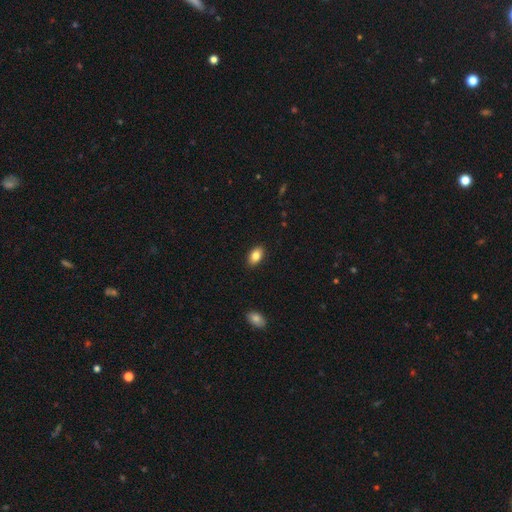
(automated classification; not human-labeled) Smooth or featured?
  - smooth: 84% *
  - featured or disk: 8%
  - star or artifact: 8%
How rounded?
  - in between: 91% *
  - round: 7%
  - cigar-shaped: 2%
Merging?
  - none: 89% *
  - minor disturbance: 8%
  - major disturbance: 2%
  - merger: 1%